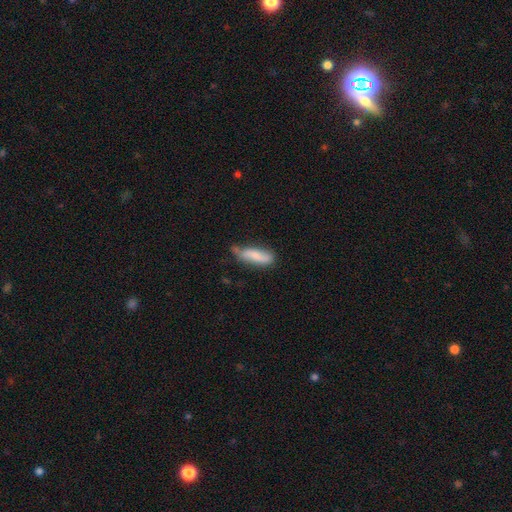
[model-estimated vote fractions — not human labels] This is likely a smooth galaxy (74%). How rounded: possibly cigar-shaped (50%). Merging: possibly none (51%).